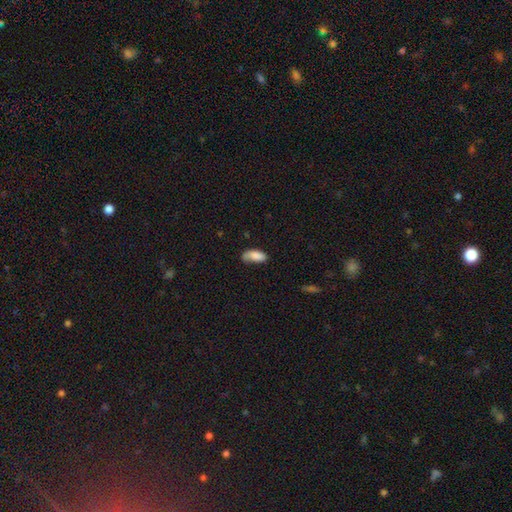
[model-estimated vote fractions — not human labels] smooth 81%, featured or disk 12%, star or artifact 7%. Down the decision tree: how rounded — in between (88%); merging — none (50%).